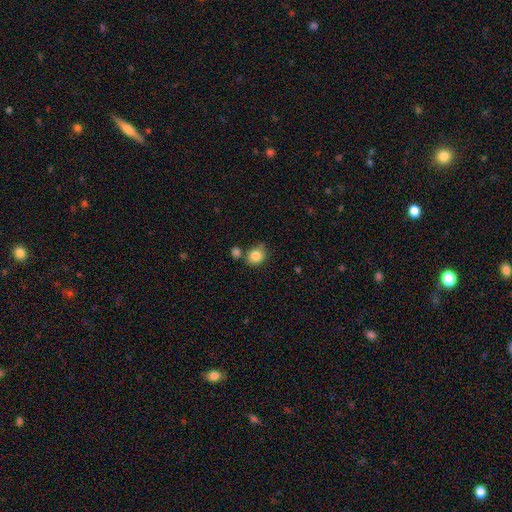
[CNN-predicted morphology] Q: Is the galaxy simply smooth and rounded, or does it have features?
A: smooth — 84%.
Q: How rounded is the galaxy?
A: round — 72%.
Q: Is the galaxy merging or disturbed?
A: none — 61%.